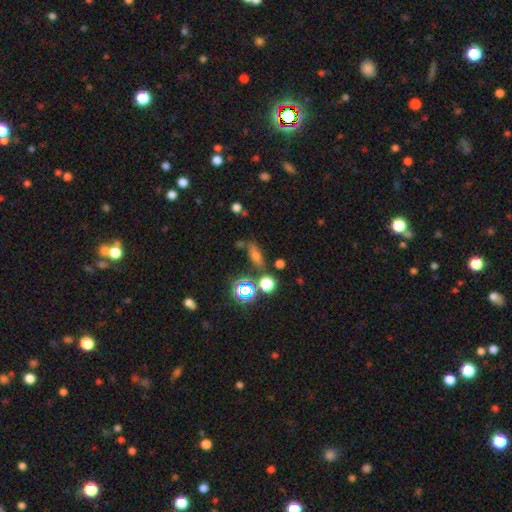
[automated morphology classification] Q: Smooth or featured?
A: smooth (44%); runner-up: star or artifact (37%)
Q: Merging?
A: none (68%); runner-up: minor disturbance (14%)